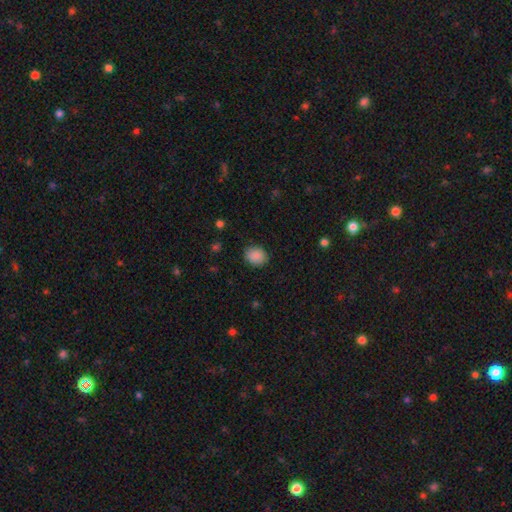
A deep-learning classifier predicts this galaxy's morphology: Smooth or featured?
  - smooth: 88% *
  - star or artifact: 8%
  - featured or disk: 4%
How rounded?
  - round: 61% *
  - in between: 38%
  - cigar-shaped: 1%
Merging?
  - none: 86% *
  - minor disturbance: 10%
  - major disturbance: 3%
  - merger: 1%